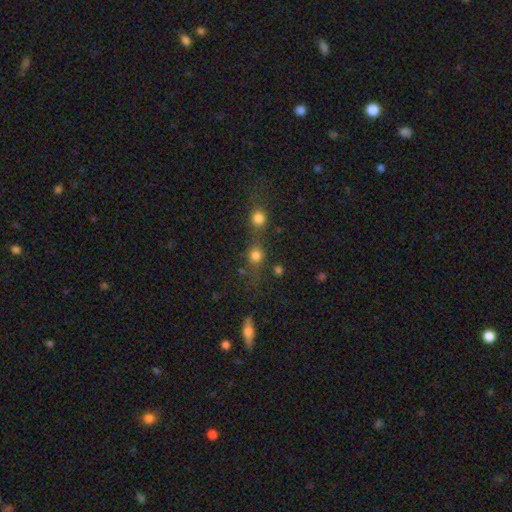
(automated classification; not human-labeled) Smooth or featured: smooth — 77% (star or artifact — 15%)
How rounded: round — 86% (in between — 12%)
Merging: none — 49% (merger — 35%)